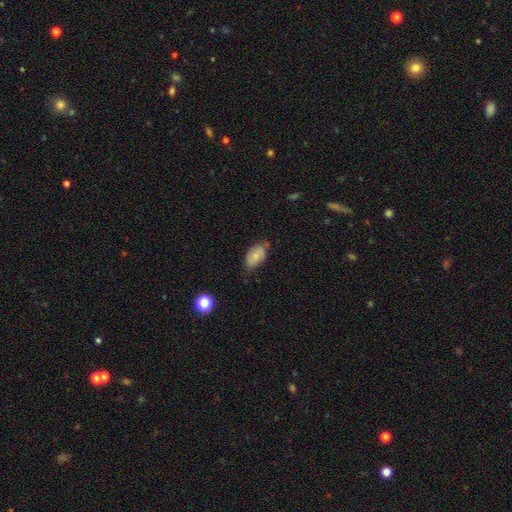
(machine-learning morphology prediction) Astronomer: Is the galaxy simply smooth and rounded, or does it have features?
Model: smooth — 75%.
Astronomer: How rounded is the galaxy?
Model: in between — 92%.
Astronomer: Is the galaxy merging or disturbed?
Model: none — 63%.